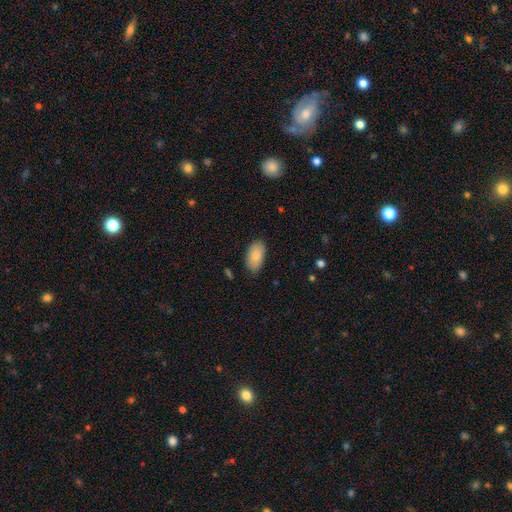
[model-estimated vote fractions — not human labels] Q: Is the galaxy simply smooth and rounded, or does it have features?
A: smooth — 83%.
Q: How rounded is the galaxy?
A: in between — 94%.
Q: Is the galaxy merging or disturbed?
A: none — 81%.